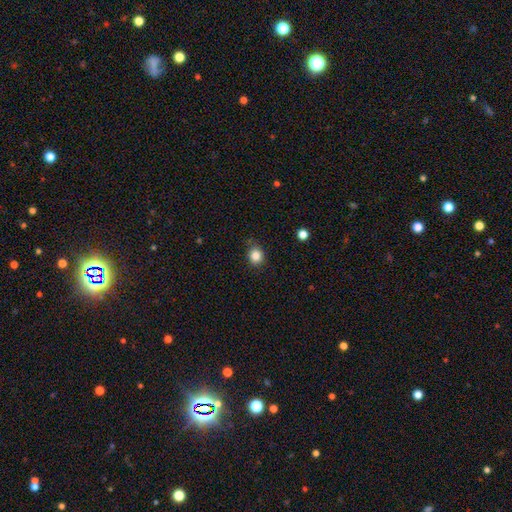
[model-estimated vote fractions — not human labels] Overall: smooth (85%). How rounded: round (69%; in between 30%). Merging: none (80%).